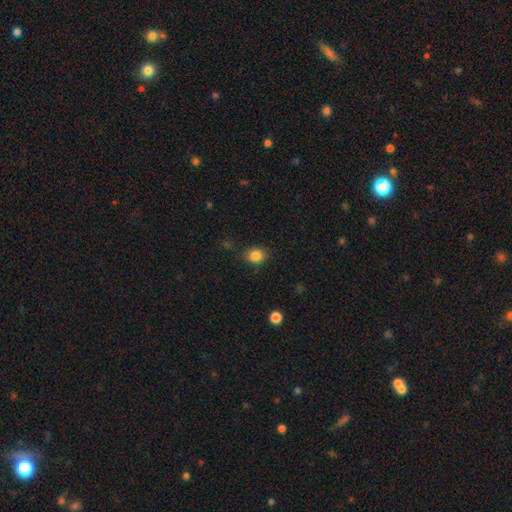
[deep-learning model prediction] Q: Smooth or featured?
A: smooth (84%); runner-up: star or artifact (11%)
Q: How rounded?
A: round (64%); runner-up: in between (35%)
Q: Merging?
A: none (79%); runner-up: minor disturbance (15%)